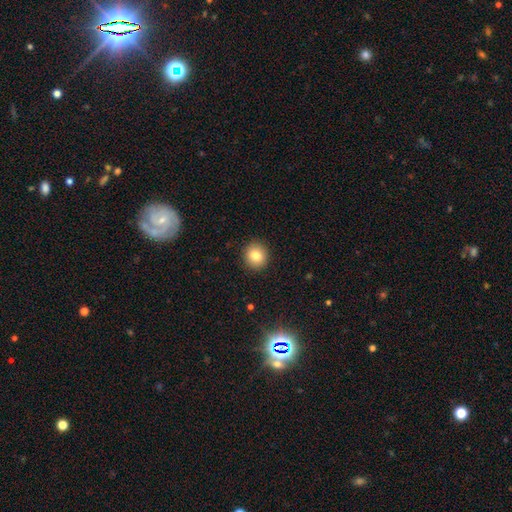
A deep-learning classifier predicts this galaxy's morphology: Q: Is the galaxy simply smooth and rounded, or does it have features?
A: smooth — 82%.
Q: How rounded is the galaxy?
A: round — 88%.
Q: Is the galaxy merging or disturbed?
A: none — 91%.